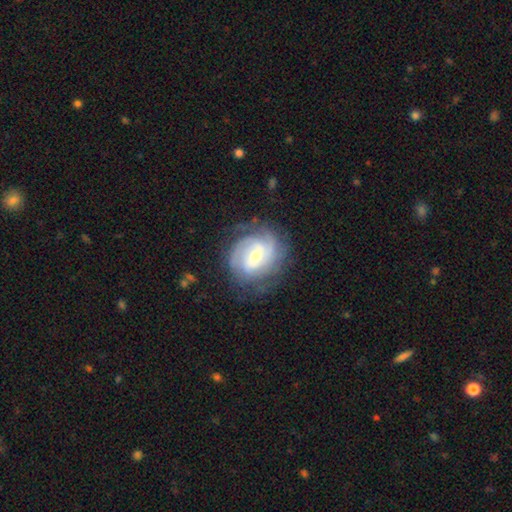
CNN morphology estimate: Smooth or featured? Predicted: featured or disk (p=0.83). Edge-on disk? Predicted: no (p=0.97). Bar? Predicted: weak (p=0.48). Spiral arms? Predicted: yes (p=0.94). Spiral winding? Predicted: tight (p=0.62). Spiral arm count? Predicted: can't tell (p=0.32). Bulge size? Predicted: moderate (p=0.53). Merging? Predicted: none (p=0.73).